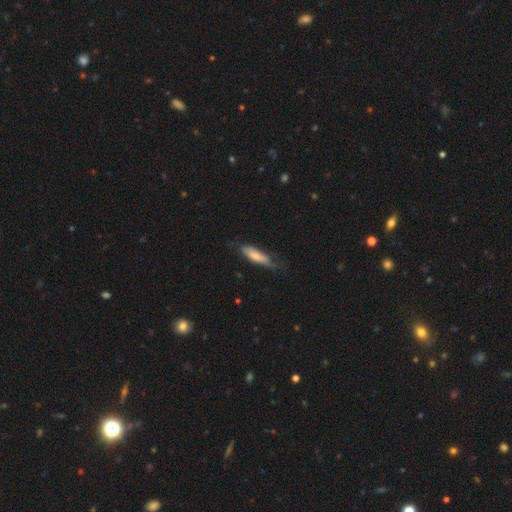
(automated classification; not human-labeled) Morphology: type=smooth (71%); roundness=cigar-shaped (65%); merging=none (52%).